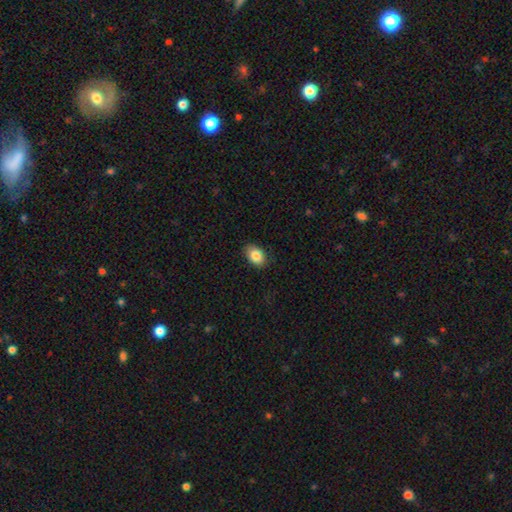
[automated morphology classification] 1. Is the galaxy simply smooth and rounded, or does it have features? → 86% smooth, 7% star or artifact, 7% featured or disk.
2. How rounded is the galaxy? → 83% in between, 16% round, 1% cigar-shaped.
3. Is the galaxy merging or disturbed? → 84% none, 12% minor disturbance, 3% major disturbance, 1% merger.